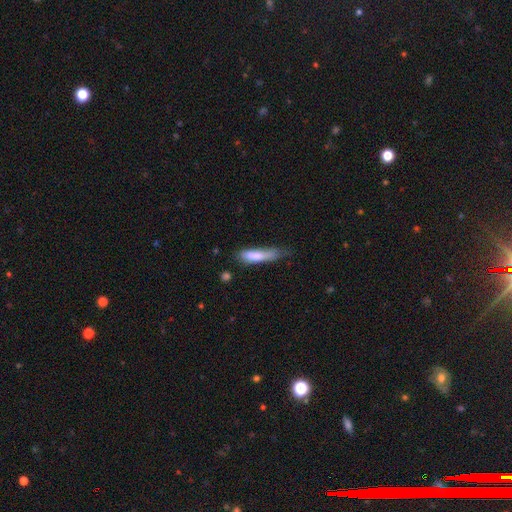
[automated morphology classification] This appears to be a smooth galaxy with no disk features (77%) that is cigar-shaped (74%). Merging: none (43%).